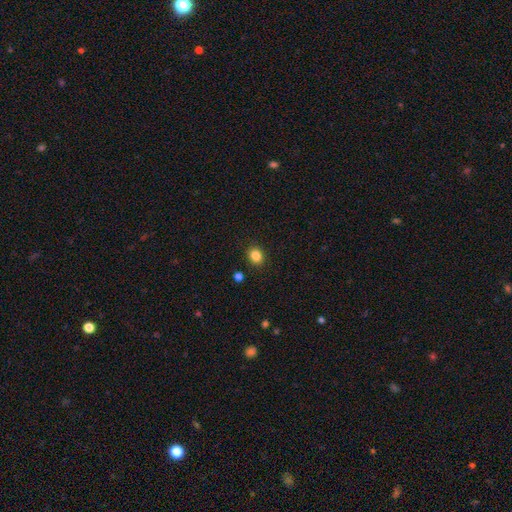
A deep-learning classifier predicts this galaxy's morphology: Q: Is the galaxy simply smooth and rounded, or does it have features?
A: smooth — 85%.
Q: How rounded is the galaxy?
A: round — 68%.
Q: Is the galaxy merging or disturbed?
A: none — 89%.